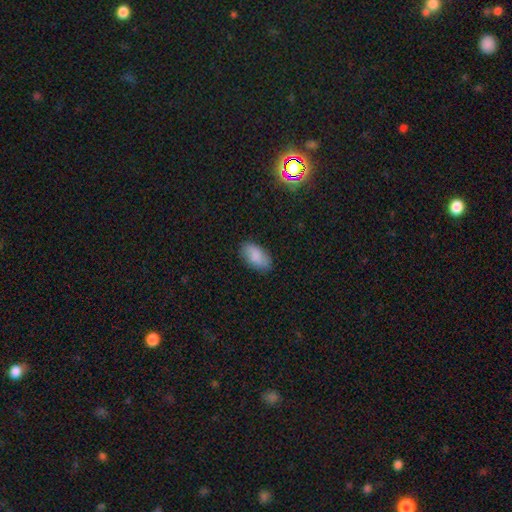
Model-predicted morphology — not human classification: type=smooth (85%); roundness=in between (94%); merging=none (84%).